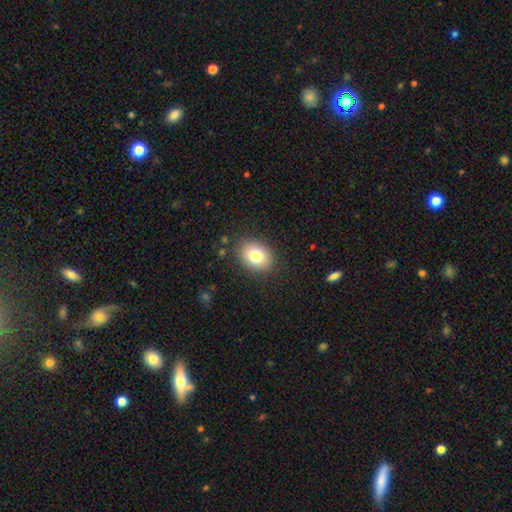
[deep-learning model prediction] The model was most divided on "how rounded": in between: 59%, round: 41%, cigar-shaped: 1%. More confident: merging — none (87%); smooth or featured — smooth (80%).